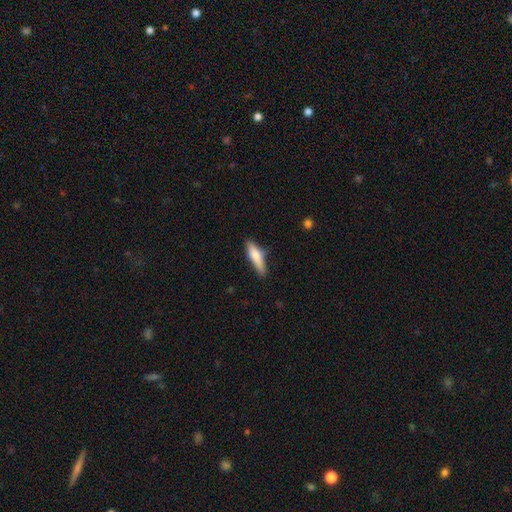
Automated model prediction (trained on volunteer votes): smooth-or-featured: smooth: 72% | featured or disk: 22% | star or artifact: 6%
  how-rounded: cigar-shaped: 65% | in between: 33% | round: 2%
  merging: none: 68% | minor disturbance: 24% | major disturbance: 5% | merger: 3%